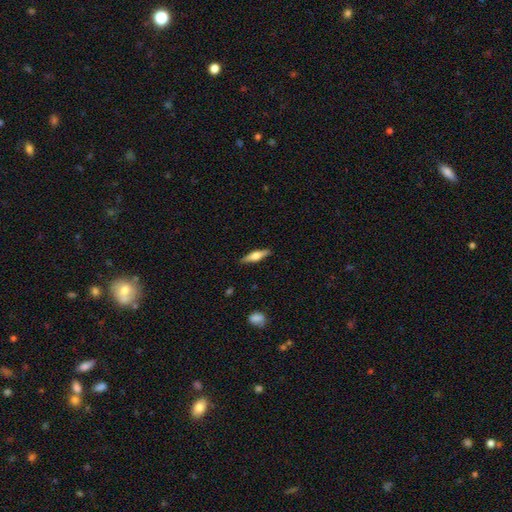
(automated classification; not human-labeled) The model was most divided on "smooth or featured": featured or disk: 50%, smooth: 44%, star or artifact: 6%. More confident: merging — none (89%).